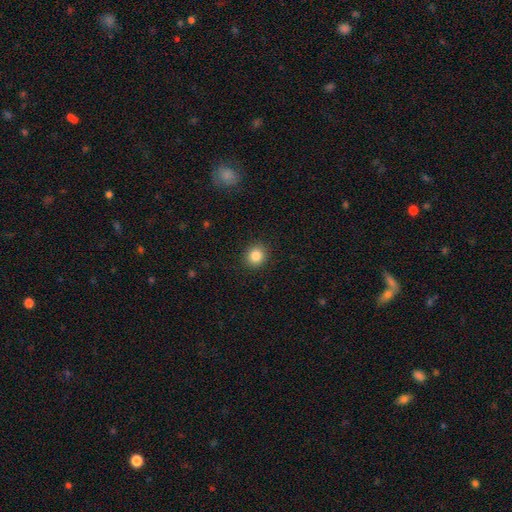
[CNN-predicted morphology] This appears to be a smooth galaxy with no disk features (86%) that is round (80%). Merging: none (91%).